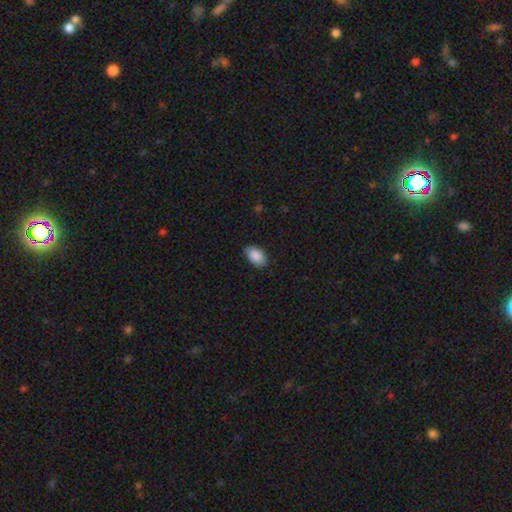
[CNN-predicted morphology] This appears to be a smooth galaxy with no disk features (90%) that is in between round and cigar-shaped (94%). Merging: none (85%).